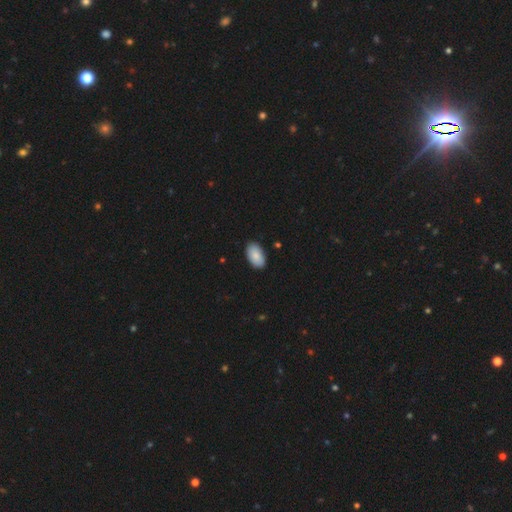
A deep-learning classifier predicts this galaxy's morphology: smooth 89%, star or artifact 6%, featured or disk 5%. Down the decision tree: how rounded — in between (96%); merging — none (89%).